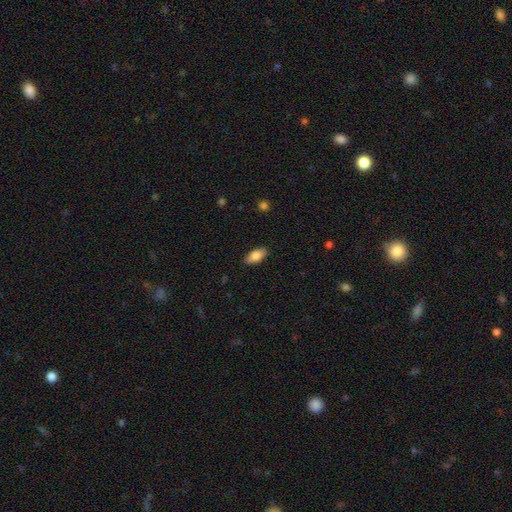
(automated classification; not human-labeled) This is clearly a smooth galaxy (82%). How rounded: clearly in between (91%). Merging: clearly none (88%).